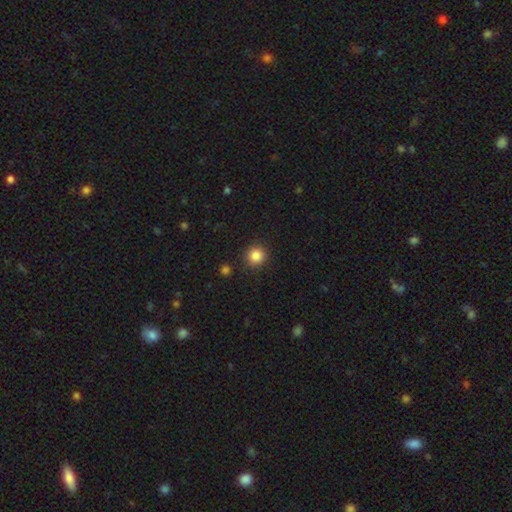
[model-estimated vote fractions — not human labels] This is clearly a smooth galaxy (85%). How rounded: clearly round (94%). Merging: clearly none (90%).